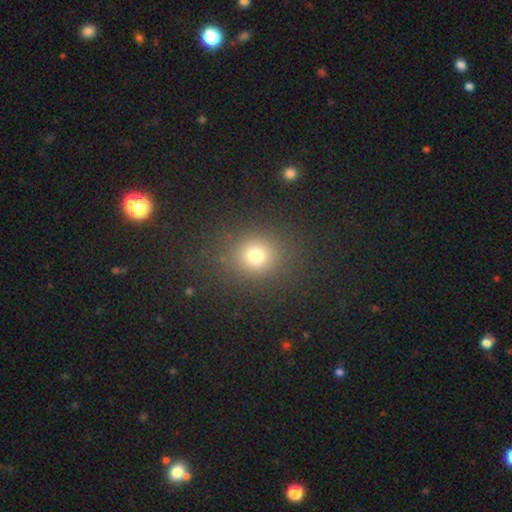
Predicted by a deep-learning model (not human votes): smooth_or_featured: smooth (p=0.72) [alt: star or artifact p=0.20]
how_rounded: round (p=0.80) [alt: in between p=0.19]
merging: none (p=0.86) [alt: minor disturbance p=0.08]